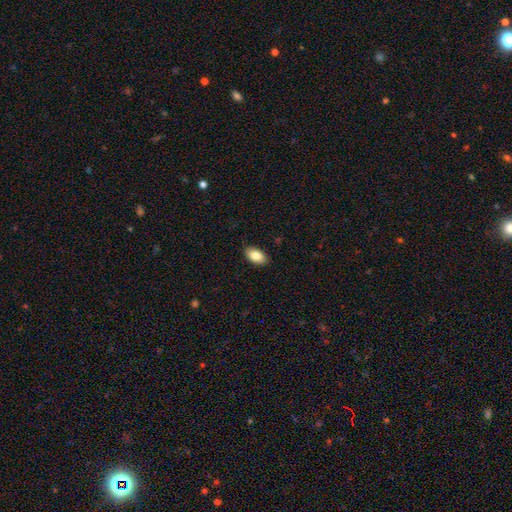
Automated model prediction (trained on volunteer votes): Smooth or featured: smooth — 85% (featured or disk — 7%)
How rounded: in between — 93% (round — 5%)
Merging: none — 87% (minor disturbance — 10%)